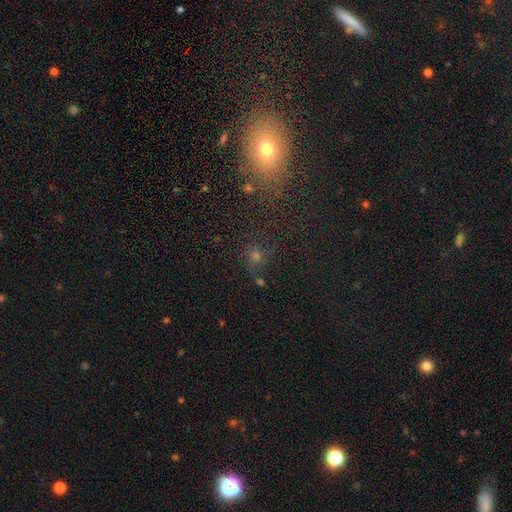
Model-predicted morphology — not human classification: A smooth galaxy with no disk features (48%). Merging: none (67%).